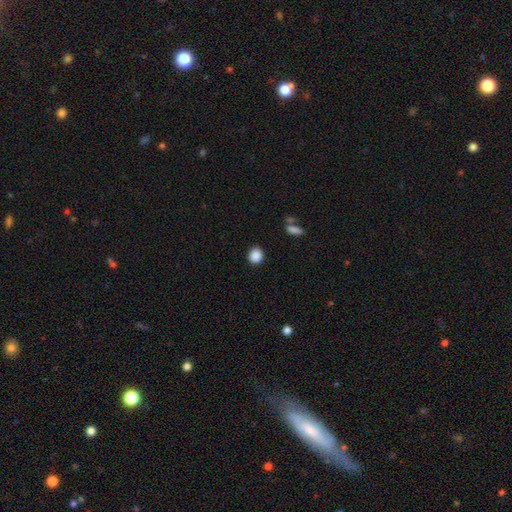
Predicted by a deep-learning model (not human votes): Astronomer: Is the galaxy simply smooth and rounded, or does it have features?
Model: smooth — 88%.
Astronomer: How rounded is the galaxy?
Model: round — 75%.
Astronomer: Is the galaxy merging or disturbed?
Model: none — 89%.